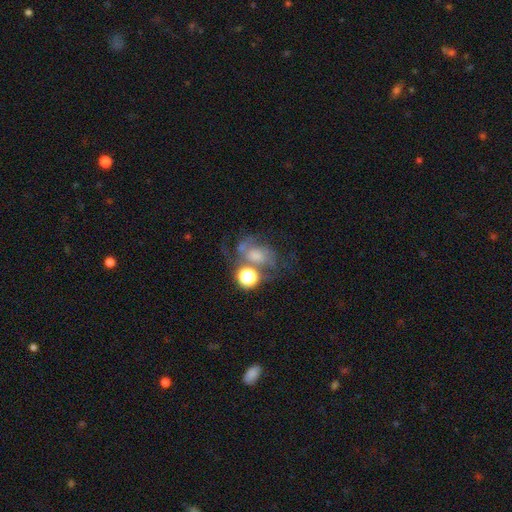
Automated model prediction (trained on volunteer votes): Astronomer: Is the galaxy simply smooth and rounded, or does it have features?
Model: featured or disk — 53%.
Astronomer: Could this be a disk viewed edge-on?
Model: no — 96%.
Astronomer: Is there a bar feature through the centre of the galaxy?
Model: no — 65%.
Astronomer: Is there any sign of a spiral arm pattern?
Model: yes — 73%.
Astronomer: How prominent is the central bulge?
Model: moderate — 35% (runner-up: small, 29%).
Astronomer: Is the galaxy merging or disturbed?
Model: none — 42% (runner-up: major disturbance, 21%).